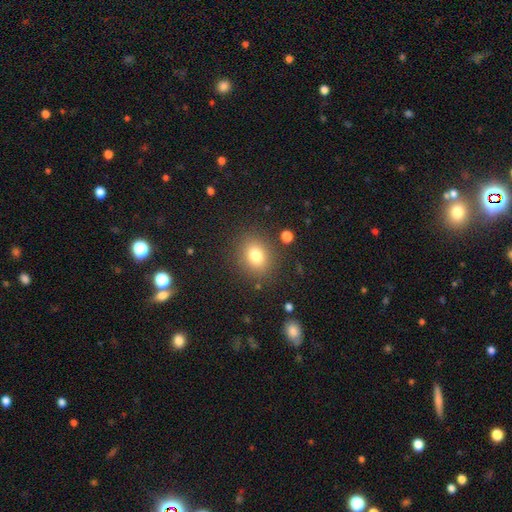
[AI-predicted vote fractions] Smooth or featured?
  - smooth: 79% *
  - star or artifact: 12%
  - featured or disk: 9%
How rounded?
  - round: 58% *
  - in between: 41%
  - cigar-shaped: 1%
Merging?
  - none: 85% *
  - minor disturbance: 9%
  - major disturbance: 4%
  - merger: 3%